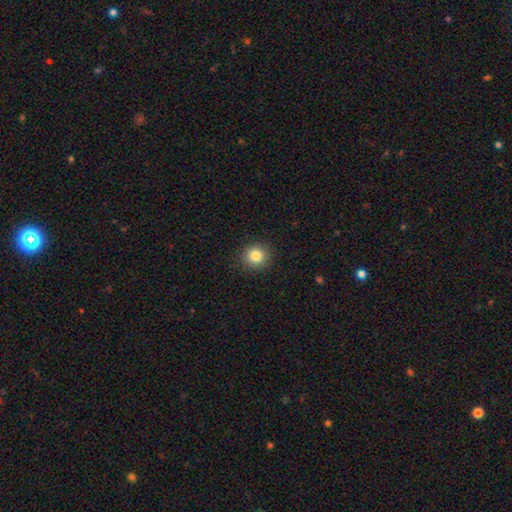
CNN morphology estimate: smooth-or-featured: smooth: 83% | star or artifact: 11% | featured or disk: 6%
  how-rounded: round: 91% | in between: 8% | cigar-shaped: 1%
  merging: none: 92% | minor disturbance: 6% | major disturbance: 2% | merger: 1%